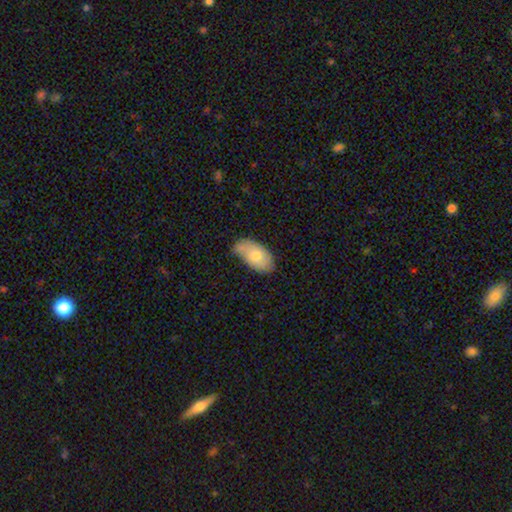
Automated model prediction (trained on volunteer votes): smooth 73%, featured or disk 21%, star or artifact 7%. Down the decision tree: how rounded — in between (94%); merging — none (57%).